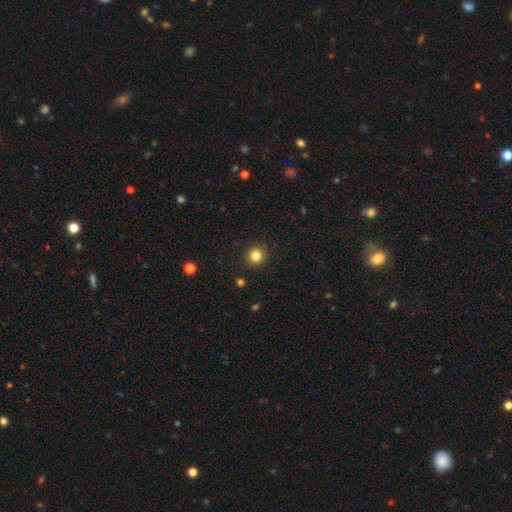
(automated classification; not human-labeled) A smooth galaxy with no disk features (82%) that is round (93%). Merging: none (92%).